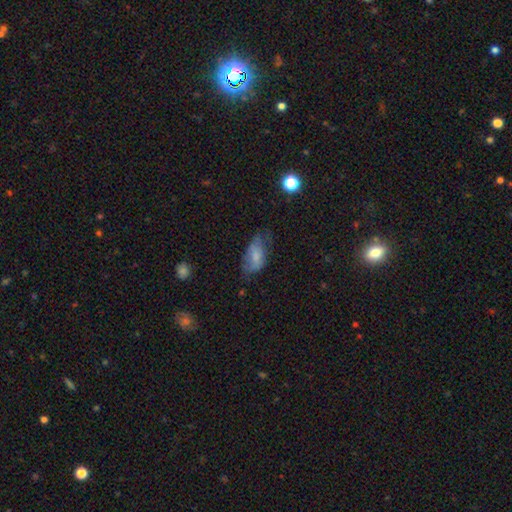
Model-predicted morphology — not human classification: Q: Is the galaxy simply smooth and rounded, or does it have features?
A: smooth — 68%.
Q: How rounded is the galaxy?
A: in between — 90%.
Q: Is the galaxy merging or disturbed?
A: none — 47%.